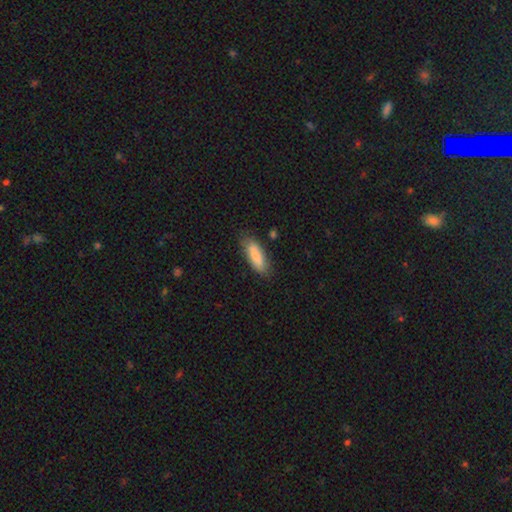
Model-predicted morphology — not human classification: smooth_or_featured: smooth (p=0.86) [alt: featured or disk p=0.08]
how_rounded: in between (p=0.64) [alt: cigar-shaped p=0.34]
merging: none (p=0.79) [alt: minor disturbance p=0.16]